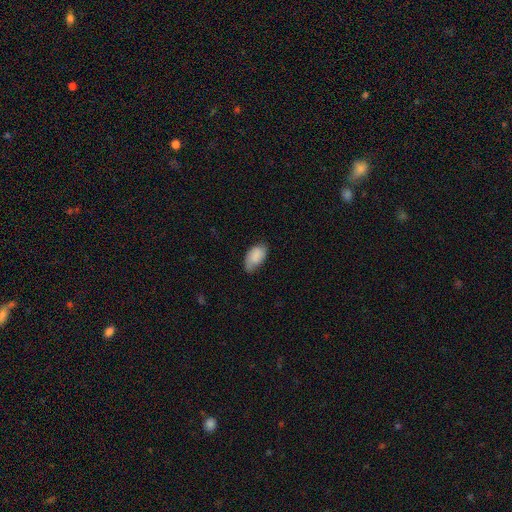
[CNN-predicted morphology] Smooth or featured? smooth (82%)
How rounded? in between (94%)
Merging? none (57%)